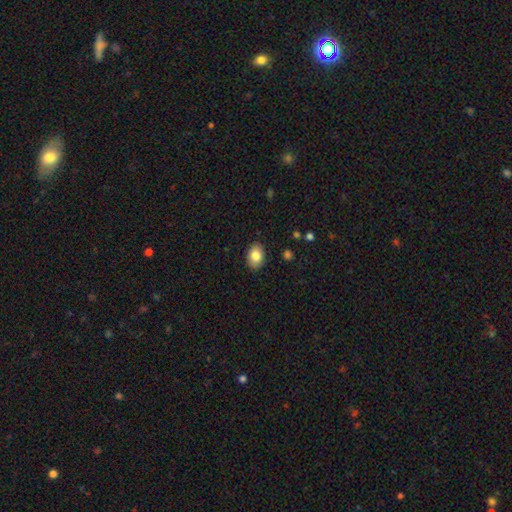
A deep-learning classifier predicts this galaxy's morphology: Smooth or featured?
  - smooth: 83% *
  - featured or disk: 9%
  - star or artifact: 8%
How rounded?
  - in between: 80% *
  - round: 19%
  - cigar-shaped: 1%
Merging?
  - none: 88% *
  - minor disturbance: 9%
  - major disturbance: 2%
  - merger: 1%